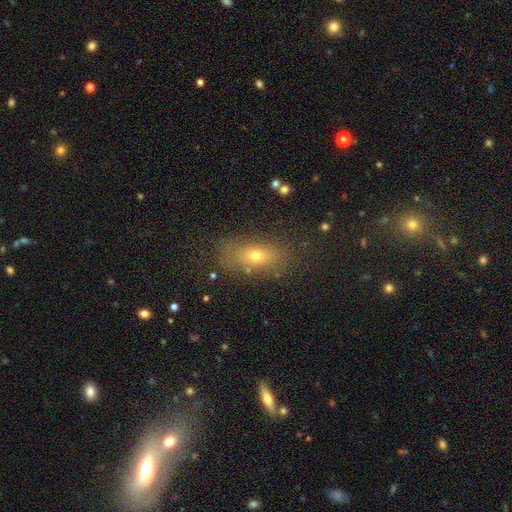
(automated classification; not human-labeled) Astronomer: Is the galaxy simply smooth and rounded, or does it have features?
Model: smooth — 65%.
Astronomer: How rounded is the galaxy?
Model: in between — 77%.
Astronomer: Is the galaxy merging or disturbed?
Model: none — 76%.